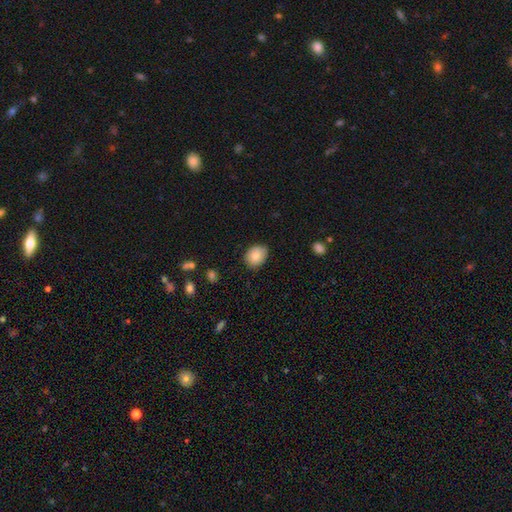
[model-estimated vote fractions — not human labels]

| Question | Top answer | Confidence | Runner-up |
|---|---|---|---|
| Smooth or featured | smooth | 86% | star or artifact (8%) |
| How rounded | in between | 60% | round (40%) |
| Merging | none | 81% | minor disturbance (16%) |